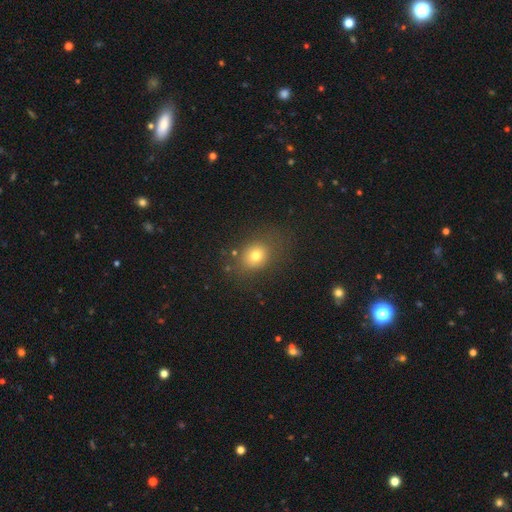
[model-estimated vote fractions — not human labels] smooth-or-featured: smooth: 74% | star or artifact: 15% | featured or disk: 11%
  how-rounded: round: 56% | in between: 43% | cigar-shaped: 1%
  merging: none: 73% | minor disturbance: 16% | major disturbance: 8% | merger: 3%